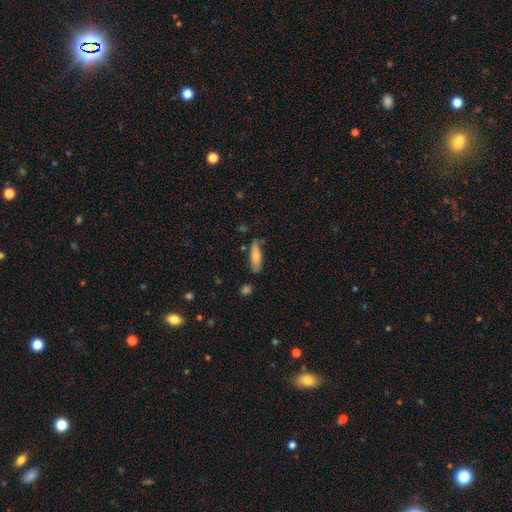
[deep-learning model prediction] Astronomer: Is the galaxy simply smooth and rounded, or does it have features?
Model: smooth — 76%.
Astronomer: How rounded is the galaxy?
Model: cigar-shaped — 51% (runner-up: in between, 48%).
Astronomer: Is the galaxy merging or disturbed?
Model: none — 71%.